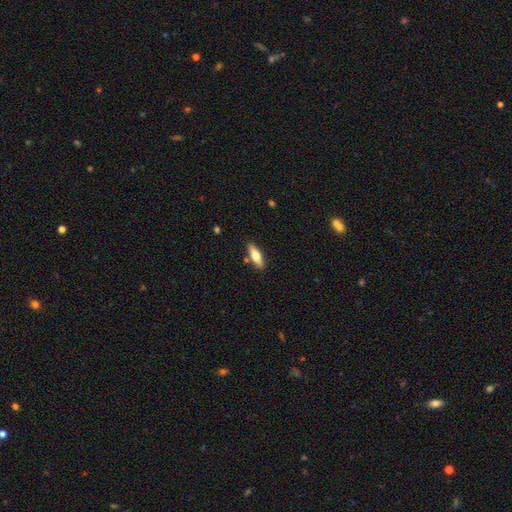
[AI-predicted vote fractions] smooth 63%, featured or disk 32%, star or artifact 6%. Down the decision tree: how rounded — cigar-shaped (50%); merging — none (84%).